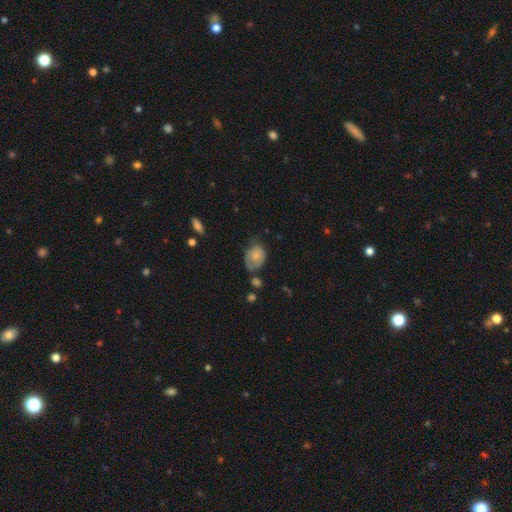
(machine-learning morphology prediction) Q: Smooth or featured?
A: smooth (69%); runner-up: featured or disk (23%)
Q: How rounded?
A: in between (67%); runner-up: round (32%)
Q: Merging?
A: minor disturbance (37%); tied with: none (37%)